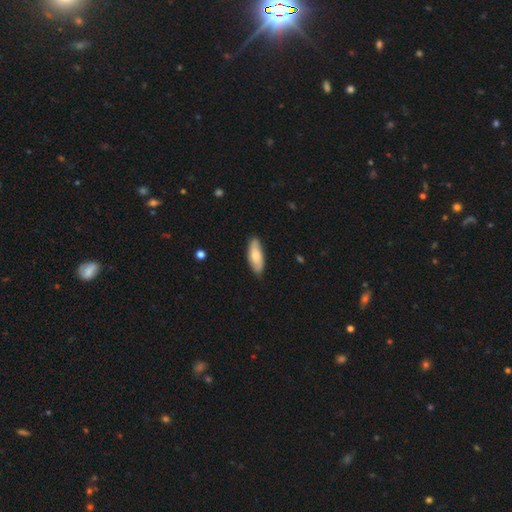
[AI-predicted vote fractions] smooth_or_featured: smooth (p=0.69) [alt: featured or disk p=0.25]
how_rounded: in between (p=0.69) [alt: cigar-shaped p=0.28]
merging: none (p=0.84) [alt: minor disturbance p=0.13]